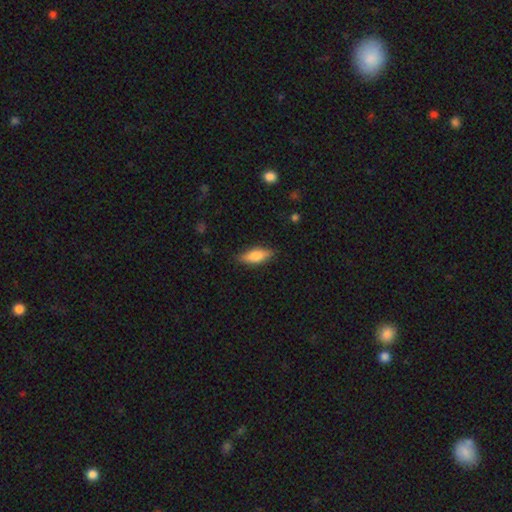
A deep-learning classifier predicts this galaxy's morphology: Smooth or featured?
  - smooth: 71% *
  - featured or disk: 22%
  - star or artifact: 7%
How rounded?
  - in between: 62% *
  - cigar-shaped: 35%
  - round: 3%
Merging?
  - none: 84% *
  - minor disturbance: 12%
  - major disturbance: 2%
  - merger: 1%